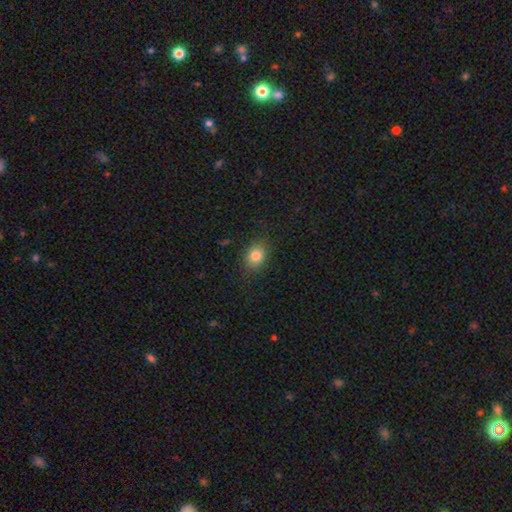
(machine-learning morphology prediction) This is clearly a smooth galaxy (83%). How rounded: likely in between (61%). Merging: clearly none (84%).